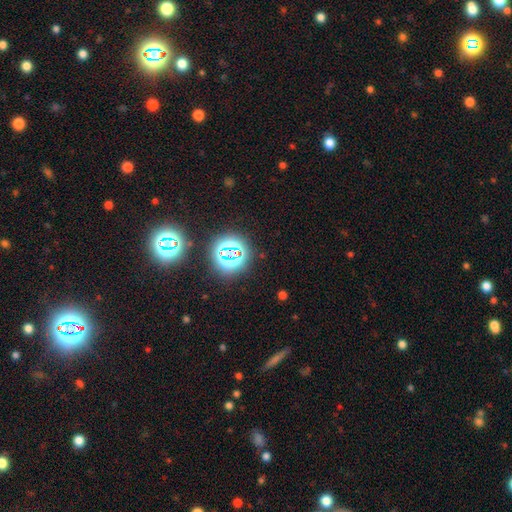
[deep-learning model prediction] This appears to be a star or artifact, not a galaxy (73%).